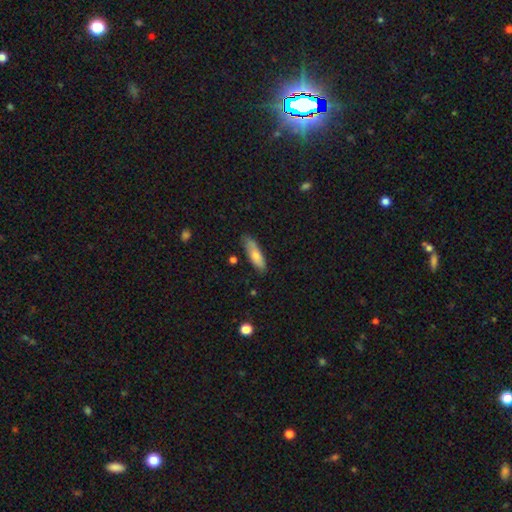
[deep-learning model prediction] Smooth or featured? smooth (69%)
How rounded? in between (50%)
Merging? none (76%)